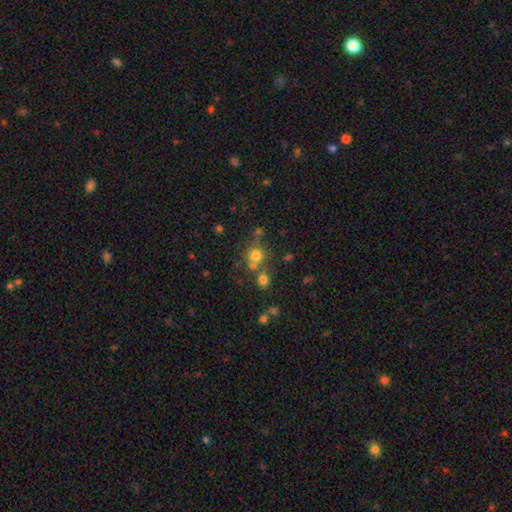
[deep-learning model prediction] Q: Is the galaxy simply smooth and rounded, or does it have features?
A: smooth — 70%.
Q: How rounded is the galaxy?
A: round — 88%.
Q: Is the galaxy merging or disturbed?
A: none — 57%.